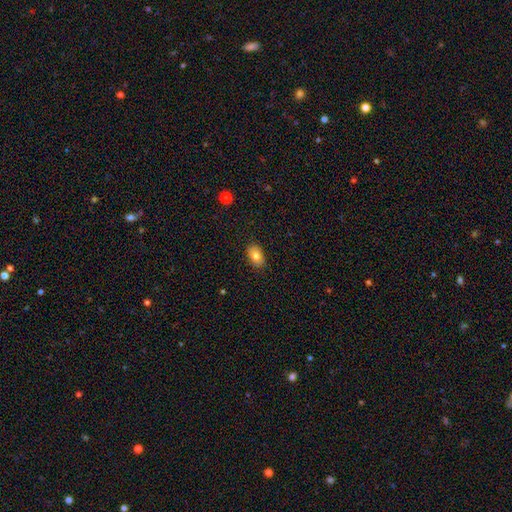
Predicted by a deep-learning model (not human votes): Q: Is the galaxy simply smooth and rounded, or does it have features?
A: smooth — 80%.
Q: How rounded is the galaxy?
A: in between — 87%.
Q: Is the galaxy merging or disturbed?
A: none — 88%.